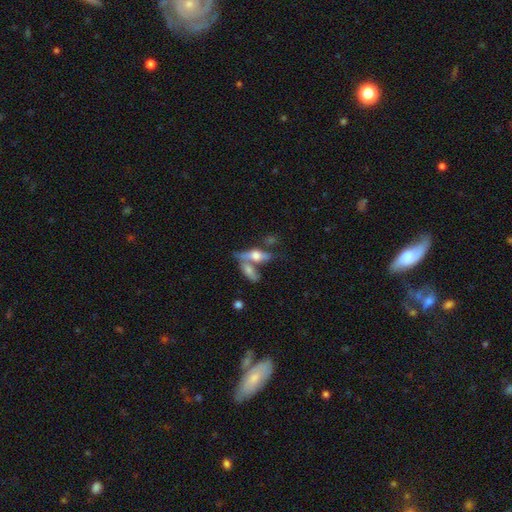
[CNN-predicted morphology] Smooth or featured?
  - featured or disk: 49% *
  - smooth: 42%
  - star or artifact: 9%
Merging?
  - merger: 44% *
  - none: 38%
  - minor disturbance: 11%
  - major disturbance: 6%